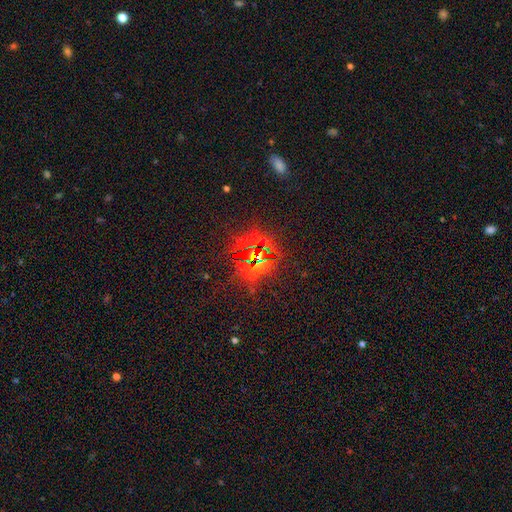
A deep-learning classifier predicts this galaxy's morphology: This appears to be a star or artifact, not a galaxy (82%).